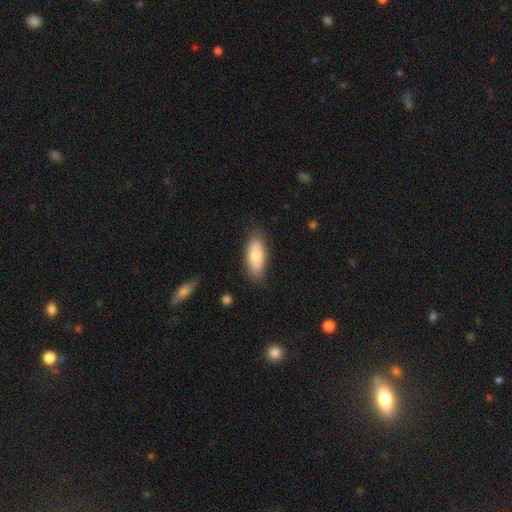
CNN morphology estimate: smooth-or-featured: smooth: 75% | featured or disk: 19% | star or artifact: 6%
  how-rounded: in between: 80% | cigar-shaped: 18% | round: 2%
  merging: none: 82% | minor disturbance: 13% | major disturbance: 3% | merger: 1%